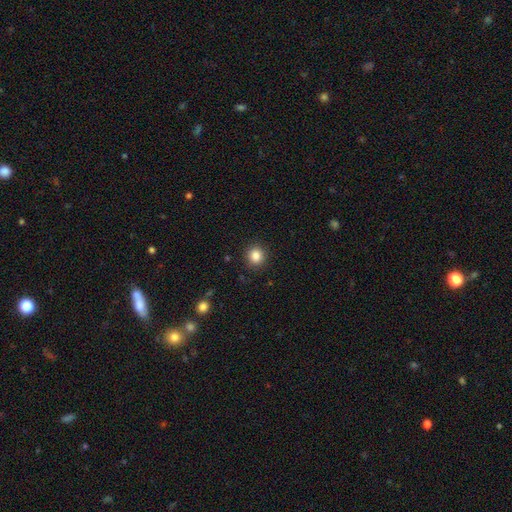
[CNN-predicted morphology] Q: Smooth or featured?
A: smooth (85%); runner-up: star or artifact (11%)
Q: How rounded?
A: round (89%); runner-up: in between (10%)
Q: Merging?
A: none (91%); runner-up: minor disturbance (6%)